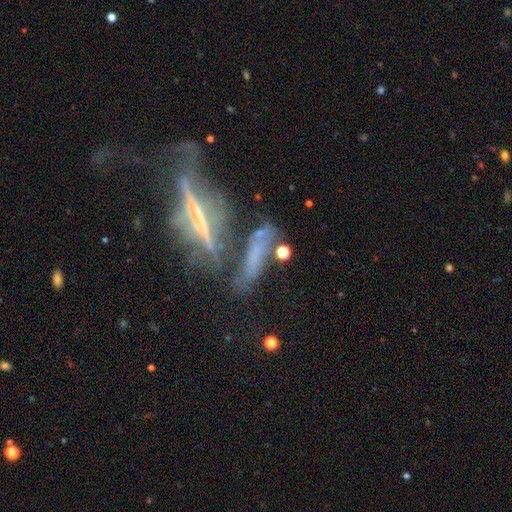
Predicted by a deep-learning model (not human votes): featured or disk 65%, smooth 21%, star or artifact 14%. Down the decision tree: edge-on disk — yes (69%); merging — none (32%, tied with merger).